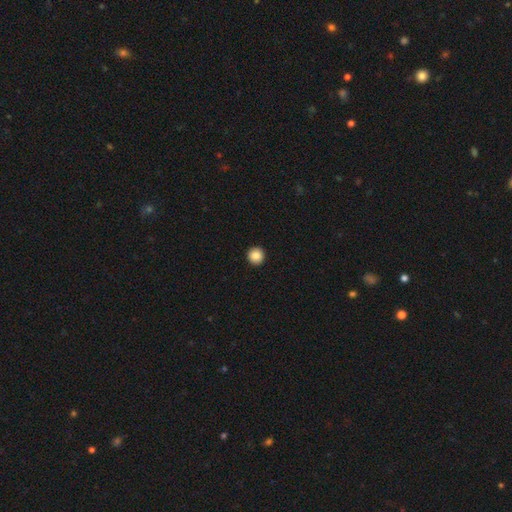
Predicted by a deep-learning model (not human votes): smooth-or-featured: smooth: 87% | star or artifact: 9% | featured or disk: 4%
  how-rounded: round: 95% | in between: 4% | cigar-shaped: 1%
  merging: none: 94% | minor disturbance: 4% | major disturbance: 1% | merger: 1%